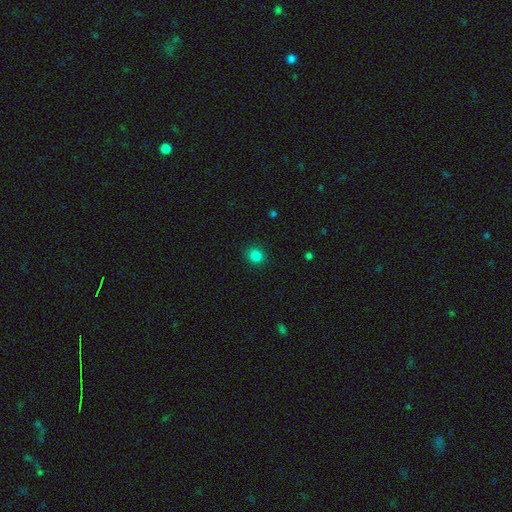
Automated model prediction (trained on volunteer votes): smooth_or_featured: smooth (p=0.84) [alt: star or artifact p=0.13]
how_rounded: round (p=0.83) [alt: in between p=0.16]
merging: none (p=0.90) [alt: minor disturbance p=0.06]